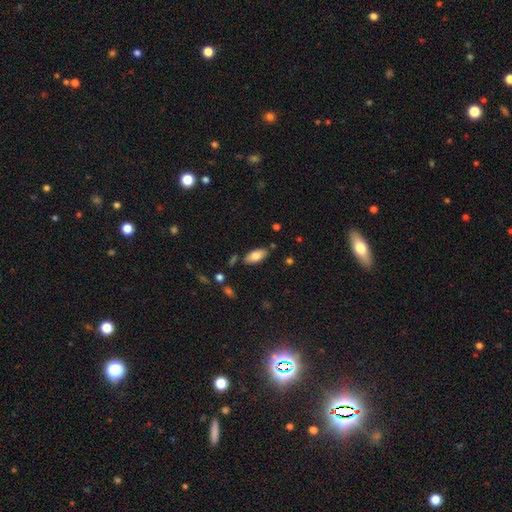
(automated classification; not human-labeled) Overall: smooth (77%). How rounded: in between (90%). Merging: none (81%).